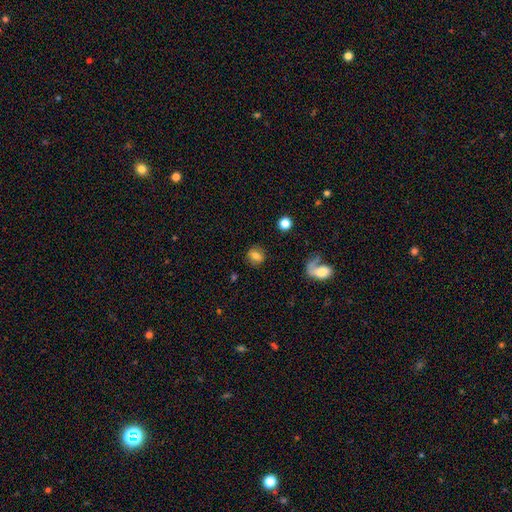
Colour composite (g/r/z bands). It shows a smooth galaxy with no disk features (68%) that is round (64%). Merging: none (94%).